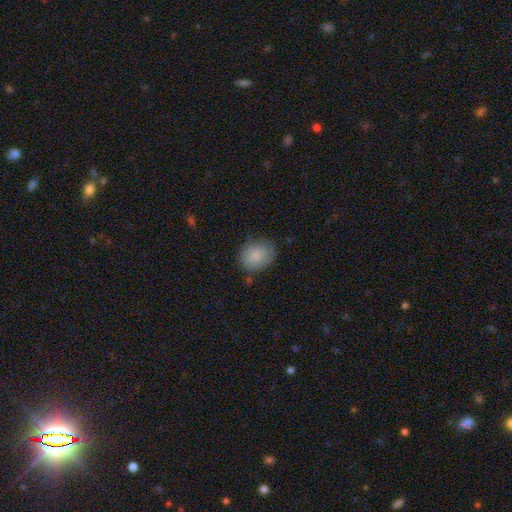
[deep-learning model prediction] Smooth or featured? Predicted: smooth (p=0.85). How rounded? Predicted: round (p=0.60). Merging? Predicted: none (p=0.76).